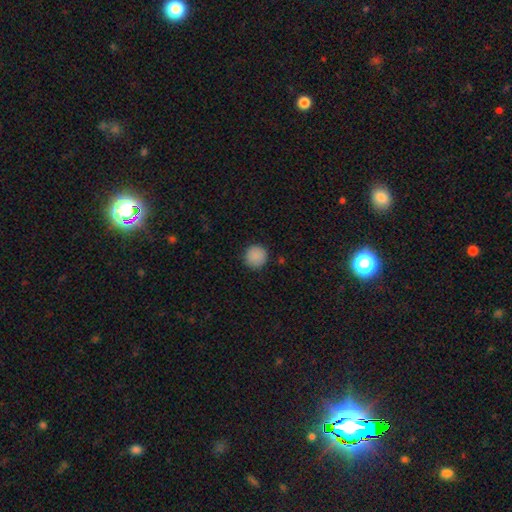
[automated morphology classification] A smooth galaxy with no disk features (89%) that is round (96%). Merging: none (91%).